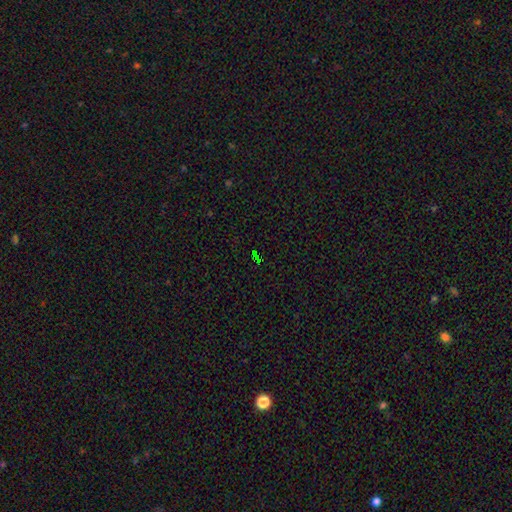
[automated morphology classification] A star or artifact, not a galaxy (74%).

Vote fractions:
- Smooth or featured? star or artifact: 74% / smooth: 16% / featured or disk: 10%